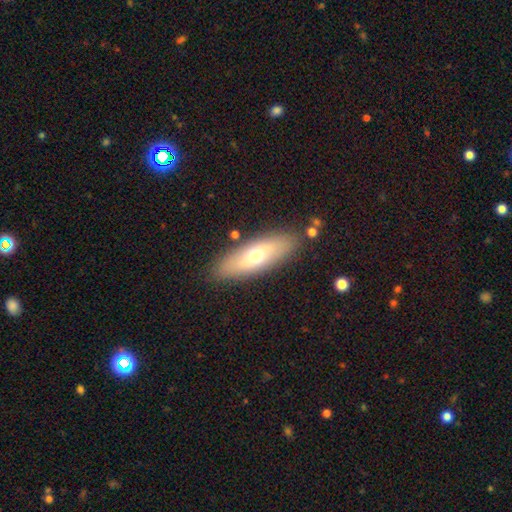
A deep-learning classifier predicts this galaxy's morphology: type=smooth (58%); roundness=in between (58%); merging=none (85%).